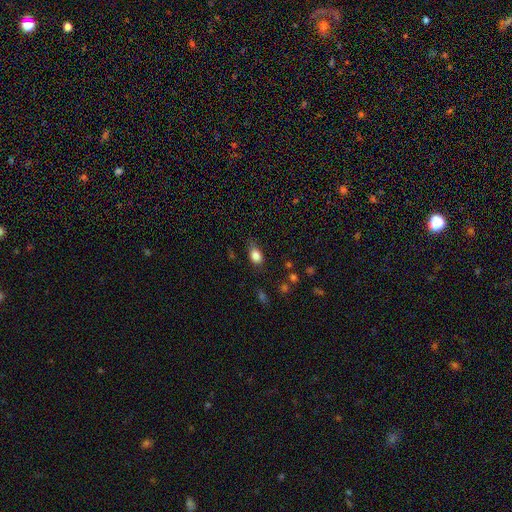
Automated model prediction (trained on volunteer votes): Q: Smooth or featured?
A: smooth (84%); runner-up: star or artifact (9%)
Q: How rounded?
A: in between (79%); runner-up: round (19%)
Q: Merging?
A: none (65%); runner-up: minor disturbance (26%)